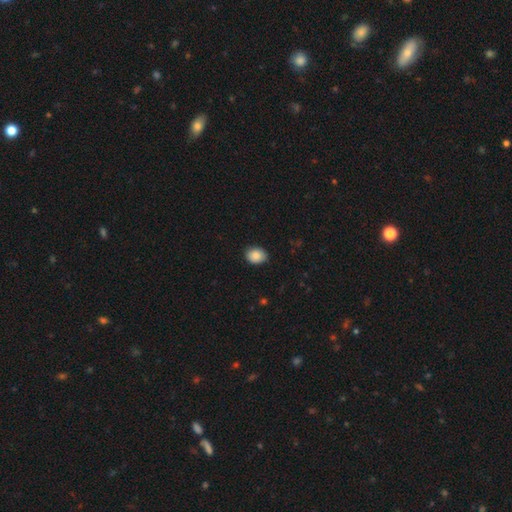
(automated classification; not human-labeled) smooth-or-featured: smooth: 88% | star or artifact: 8% | featured or disk: 4%
  how-rounded: in between: 54% | round: 45% | cigar-shaped: 1%
  merging: none: 86% | minor disturbance: 11% | major disturbance: 2% | merger: 1%